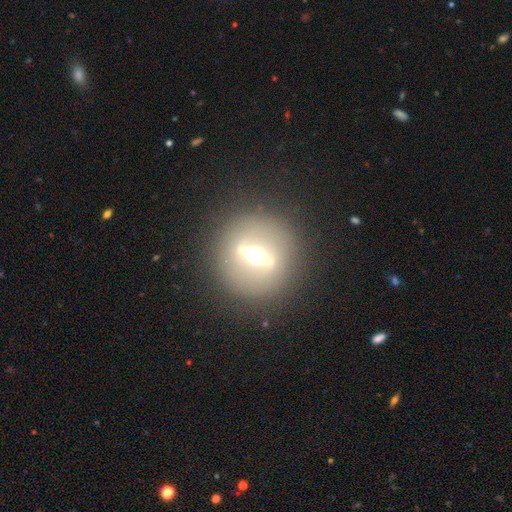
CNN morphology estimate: Smooth or featured? Predicted: featured or disk (p=0.70). Edge-on disk? Predicted: yes (p=0.55). Merging? Predicted: none (p=0.85).